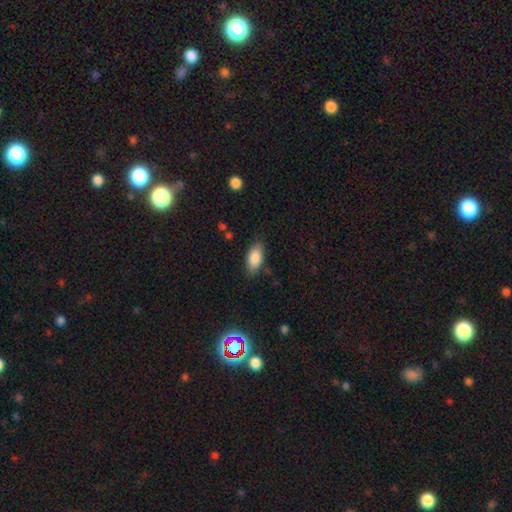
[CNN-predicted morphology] Q: Smooth or featured?
A: smooth (86%); runner-up: featured or disk (8%)
Q: How rounded?
A: in between (89%); runner-up: cigar-shaped (8%)
Q: Merging?
A: none (81%); runner-up: minor disturbance (14%)